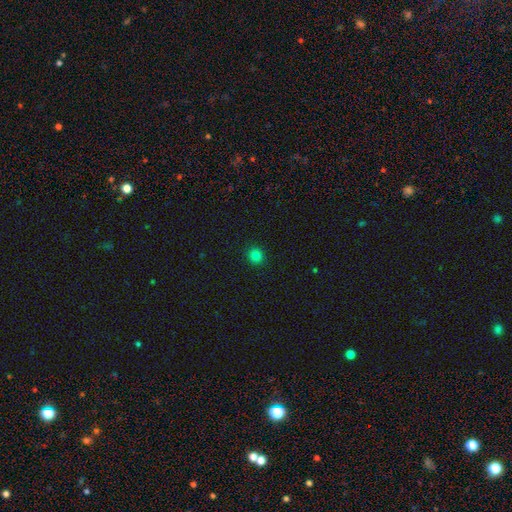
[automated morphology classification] Overall: smooth (81%). How rounded: round (92%). Merging: none (93%).